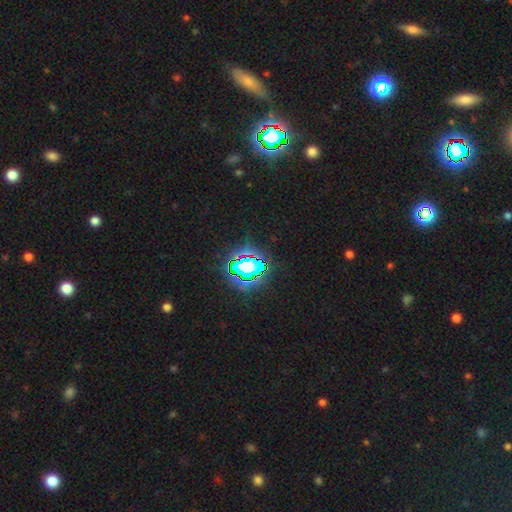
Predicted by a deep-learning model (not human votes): smooth_or_featured: star or artifact (p=0.77) [alt: smooth p=0.14]